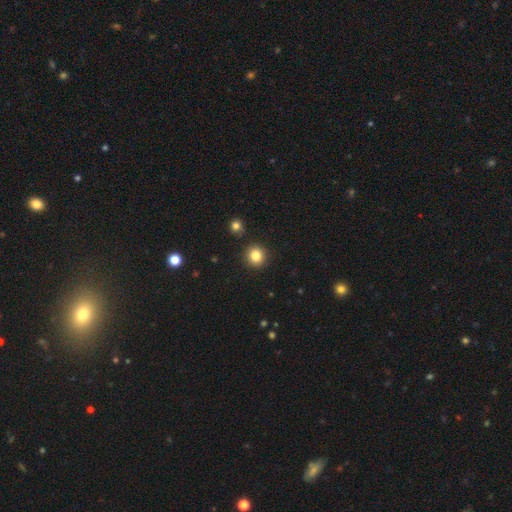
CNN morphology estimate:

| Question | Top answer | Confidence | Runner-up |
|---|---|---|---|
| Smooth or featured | smooth | 84% | star or artifact (11%) |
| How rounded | round | 91% | in between (8%) |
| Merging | none | 90% | minor disturbance (6%) |